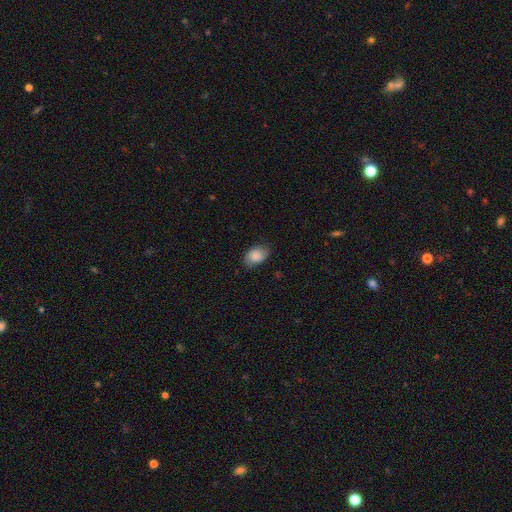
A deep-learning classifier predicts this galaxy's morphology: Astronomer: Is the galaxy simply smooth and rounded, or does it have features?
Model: smooth — 80%.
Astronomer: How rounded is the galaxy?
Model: in between — 84%.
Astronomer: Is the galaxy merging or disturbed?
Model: none — 71%.